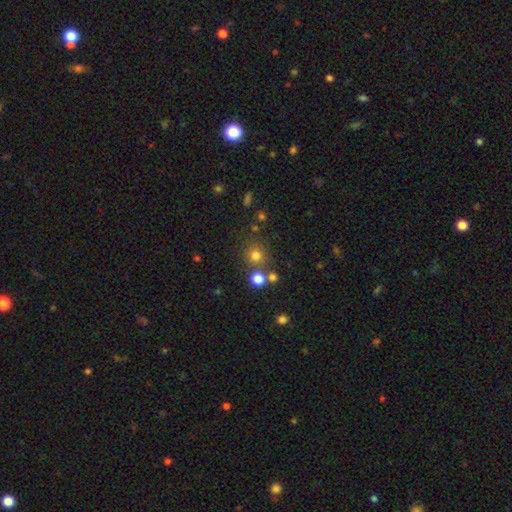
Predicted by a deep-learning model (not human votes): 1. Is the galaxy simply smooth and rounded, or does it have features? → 75% smooth, 18% star or artifact, 7% featured or disk.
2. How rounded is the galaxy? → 91% round, 8% in between, 1% cigar-shaped.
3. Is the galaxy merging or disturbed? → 76% none, 12% merger, 8% minor disturbance, 4% major disturbance.